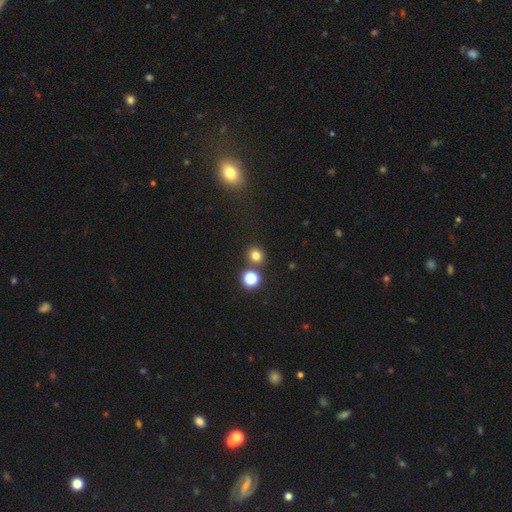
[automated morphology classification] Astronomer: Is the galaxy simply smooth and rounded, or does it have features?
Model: smooth — 77%.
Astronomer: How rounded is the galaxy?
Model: round — 88%.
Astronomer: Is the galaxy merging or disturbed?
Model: none — 80%.